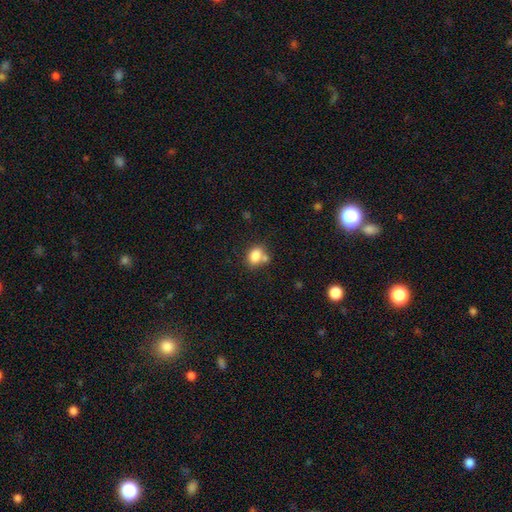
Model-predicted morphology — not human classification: smooth 82%, star or artifact 10%, featured or disk 9%. Down the decision tree: how rounded — in between (69%); merging — none (52%).